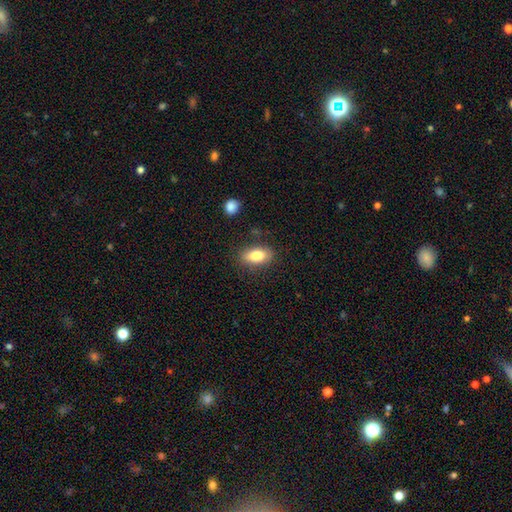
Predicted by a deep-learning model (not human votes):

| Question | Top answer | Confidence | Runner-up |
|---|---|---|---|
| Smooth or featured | smooth | 82% | featured or disk (11%) |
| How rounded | in between | 87% | cigar-shaped (7%) |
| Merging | none | 82% | minor disturbance (13%) |